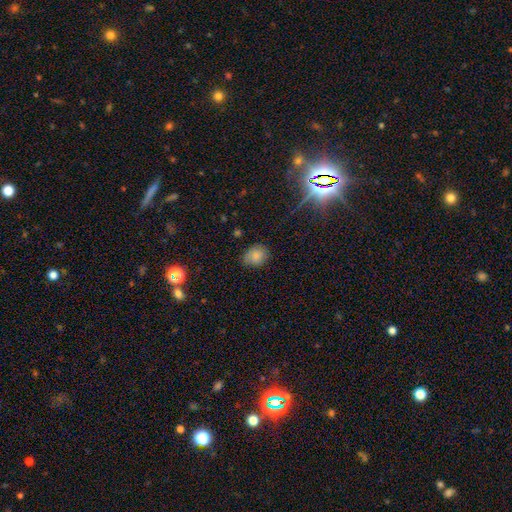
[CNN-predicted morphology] Smooth or featured?
  - smooth: 81% *
  - star or artifact: 12%
  - featured or disk: 7%
How rounded?
  - in between: 50% *
  - round: 49%
  - cigar-shaped: 1%
Merging?
  - none: 77% *
  - minor disturbance: 18%
  - major disturbance: 3%
  - merger: 1%